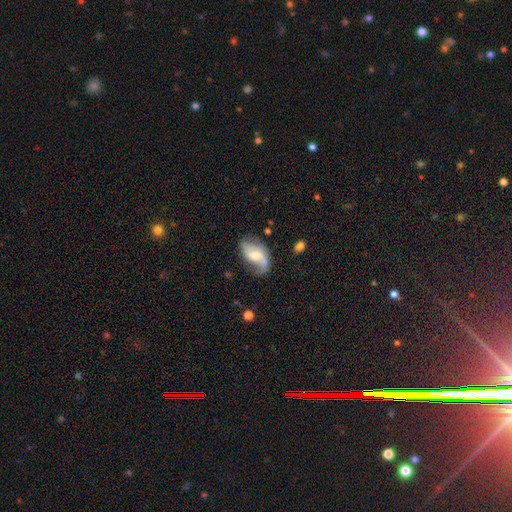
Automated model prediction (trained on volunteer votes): This appears to be a featured or disk galaxy (74%) with no bar (52%), 2 (74%) loose (57%) spiral arms (92%) and a moderate central bulge (53%). Merging: none (53%).